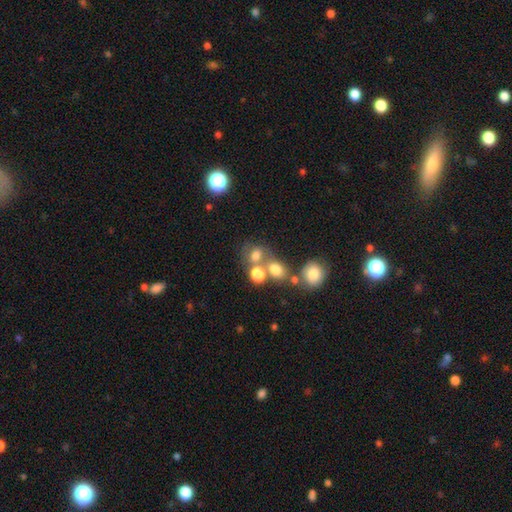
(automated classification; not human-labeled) This is likely a smooth galaxy (69%). How rounded: likely round (64%). Merging: possibly none (46%).